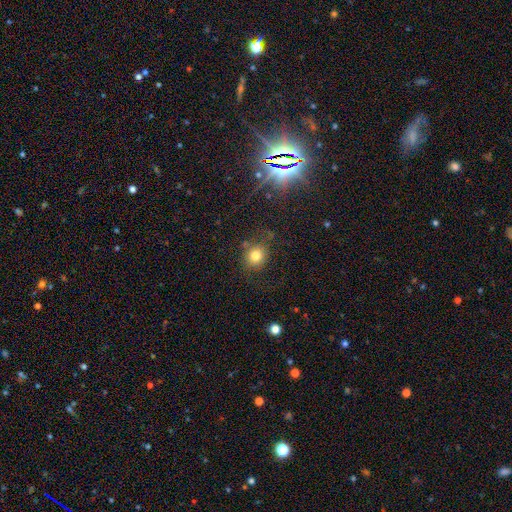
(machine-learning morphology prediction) Overall: smooth (78%). How rounded: round (80%). Merging: none (76%).